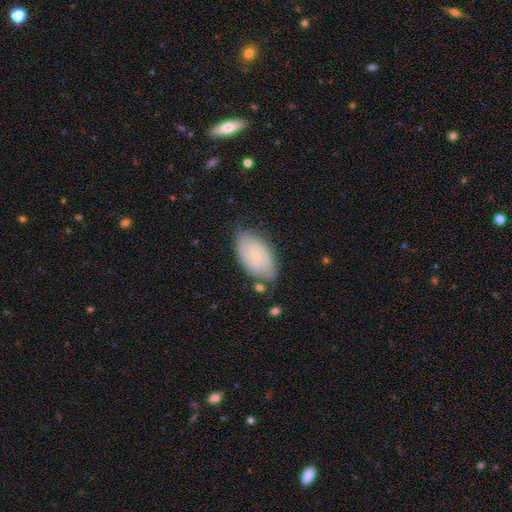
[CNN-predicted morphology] Overall: featured or disk (73%). Edge-on disk: no (96%). Bar: no (61%; weak 34%). Spiral arms: yes (92%). Spiral arm count: 2 (61%; can't tell 22%). Spiral winding: tight (59%; medium 32%). Bulge size: small (76%). Merging: none (73%).